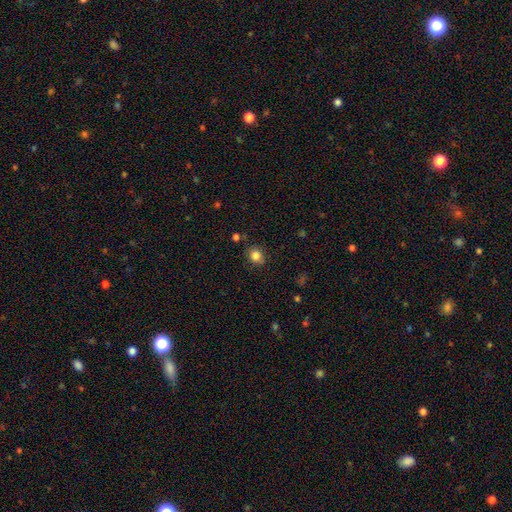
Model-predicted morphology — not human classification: A smooth galaxy with no disk features (83%) that is round (73%).

Vote fractions:
- Smooth or featured? smooth: 83% / star or artifact: 11% / featured or disk: 6%
- How rounded? round: 73% / in between: 26% / cigar-shaped: 1%
- Merging? none: 82% / minor disturbance: 12% / major disturbance: 3% / merger: 3%